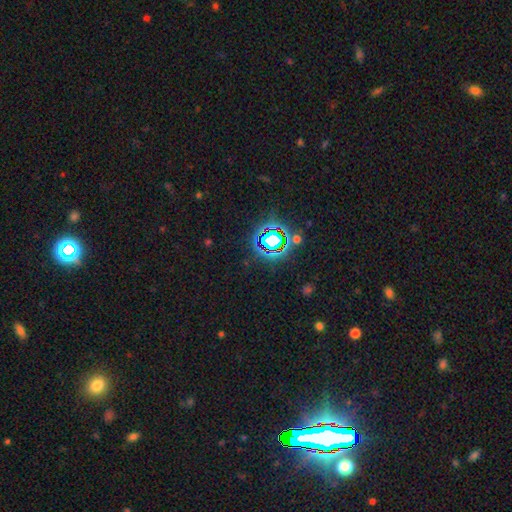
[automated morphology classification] Smooth or featured? Predicted: star or artifact (p=0.81).